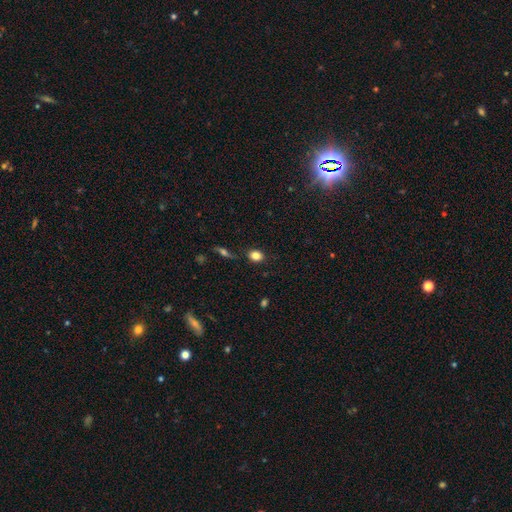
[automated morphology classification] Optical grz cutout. It shows a smooth galaxy with no disk features (83%) that is in between round and cigar-shaped (51%). Merging: none (82%).